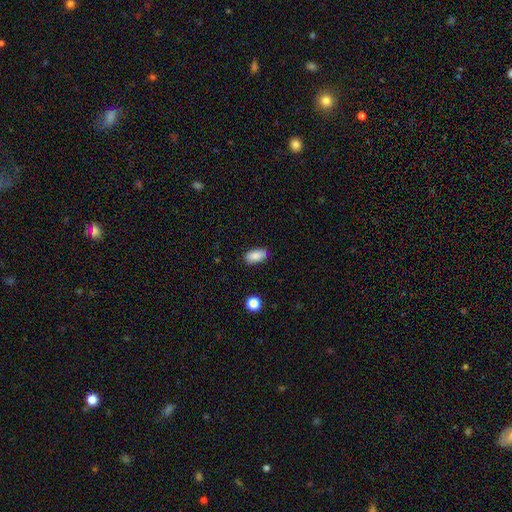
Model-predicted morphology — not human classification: This is clearly a smooth galaxy (87%). How rounded: clearly in between (91%). Merging: clearly none (85%).